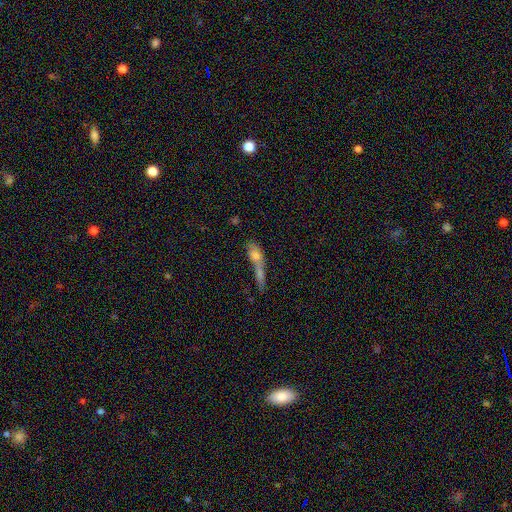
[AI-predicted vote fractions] Morphology: type=smooth (65%); roundness=in between (47%); merging=merger (64%).